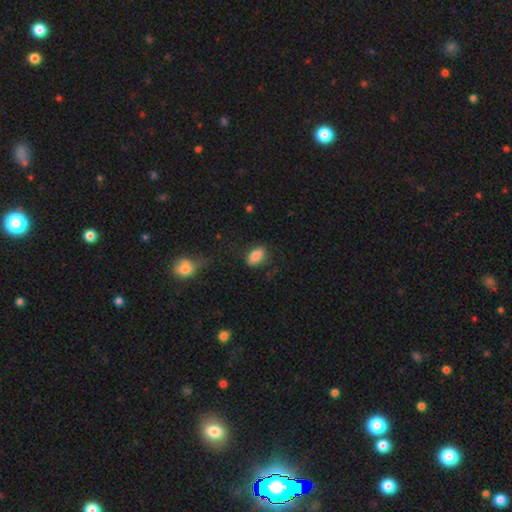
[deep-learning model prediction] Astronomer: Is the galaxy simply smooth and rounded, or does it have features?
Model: smooth — 85%.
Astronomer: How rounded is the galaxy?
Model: in between — 88%.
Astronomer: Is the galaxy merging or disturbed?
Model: none — 74%.